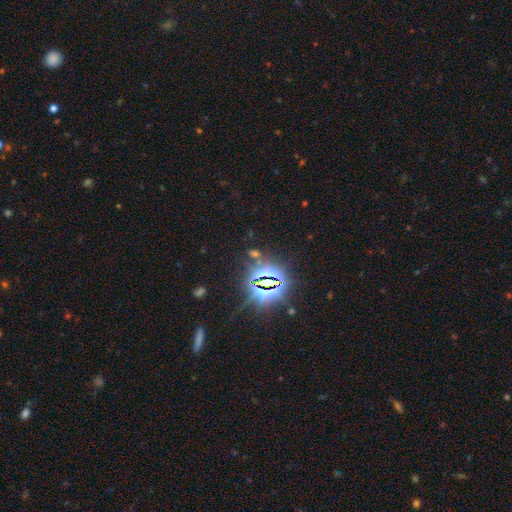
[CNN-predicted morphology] Smooth or featured? star or artifact (83%)